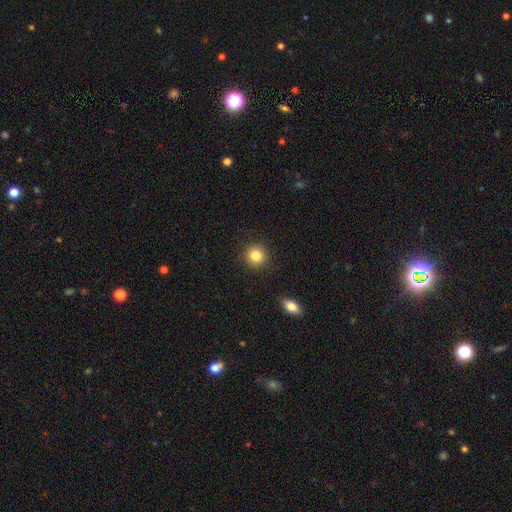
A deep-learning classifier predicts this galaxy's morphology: This appears to be a smooth galaxy with no disk features (84%) that is round (93%). Merging: none (91%).